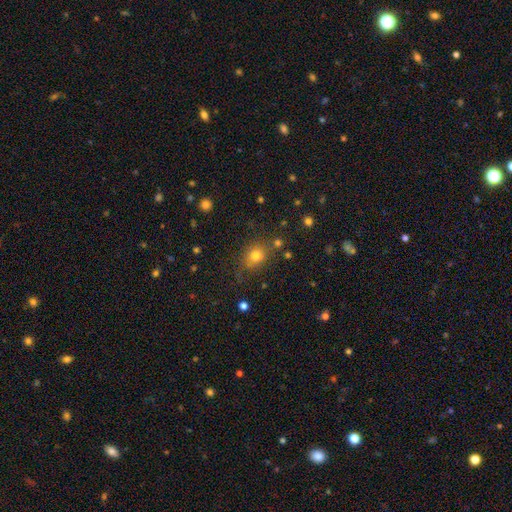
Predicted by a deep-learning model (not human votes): Smooth or featured? Predicted: smooth (p=0.76). How rounded? Predicted: round (p=0.64). Merging? Predicted: none (p=0.73).